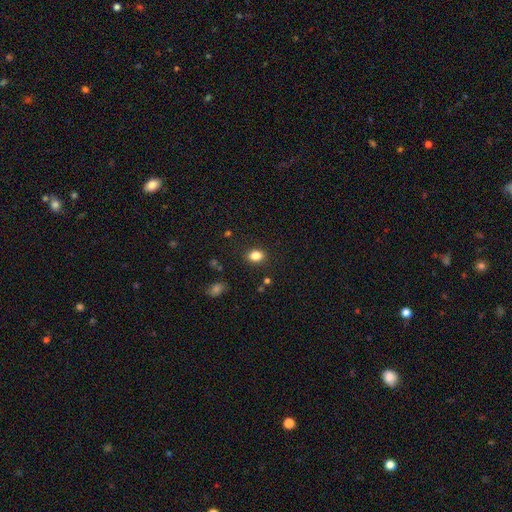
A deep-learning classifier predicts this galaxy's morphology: Q: Smooth or featured?
A: smooth (84%); runner-up: star or artifact (10%)
Q: How rounded?
A: in between (67%); runner-up: round (32%)
Q: Merging?
A: none (87%); runner-up: minor disturbance (9%)